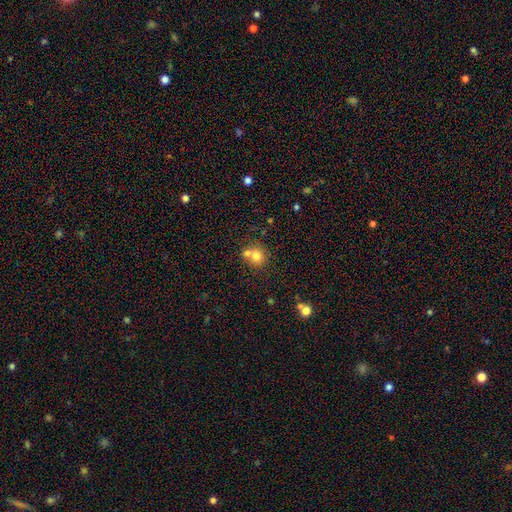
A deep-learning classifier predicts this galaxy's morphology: smooth-or-featured: smooth: 75% | featured or disk: 13% | star or artifact: 12%
  how-rounded: round: 83% | in between: 16% | cigar-shaped: 1%
  merging: merger: 45% | none: 44% | minor disturbance: 8% | major disturbance: 3%